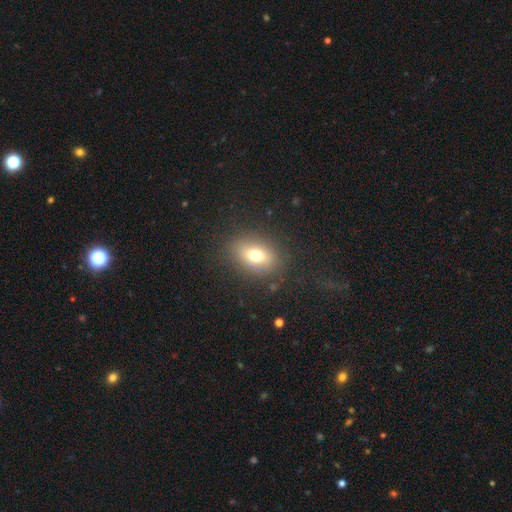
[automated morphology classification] A smooth galaxy with no disk features (67%) that is in between round and cigar-shaped (70%). Merging: none (84%).